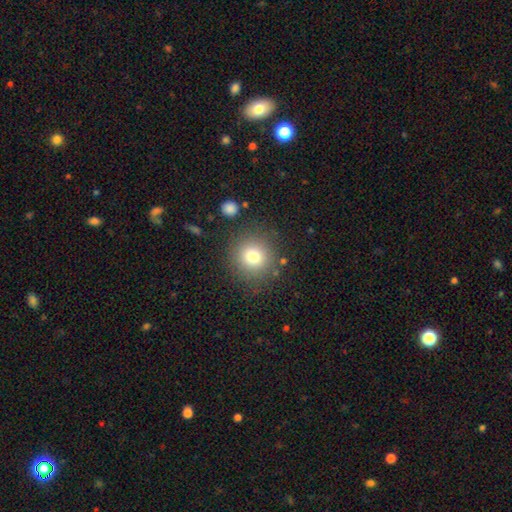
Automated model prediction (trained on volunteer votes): This appears to be a smooth galaxy with no disk features (78%) that is round (92%). Merging: none (86%).